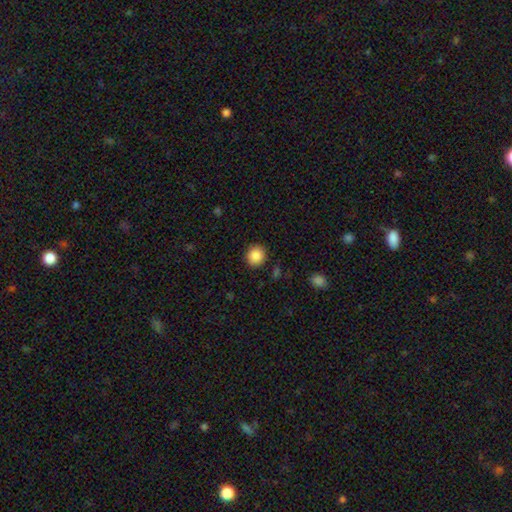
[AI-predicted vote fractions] The model was most divided on "how rounded": round: 88%, in between: 11%, cigar-shaped: 1%. More confident: merging — none (89%); smooth or featured — smooth (87%).